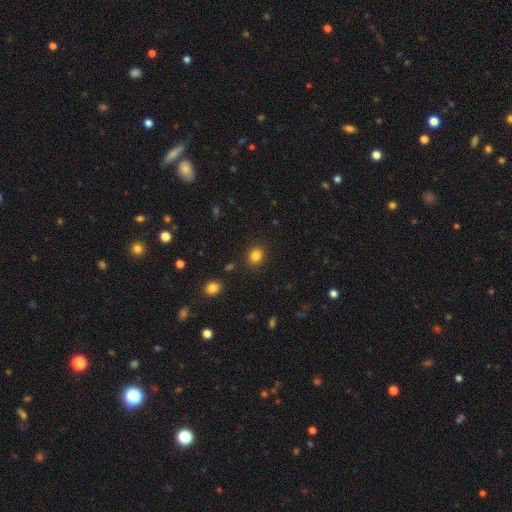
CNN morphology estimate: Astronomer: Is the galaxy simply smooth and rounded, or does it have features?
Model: smooth — 83%.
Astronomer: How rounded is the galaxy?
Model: round — 64%.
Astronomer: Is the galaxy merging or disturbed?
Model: none — 88%.